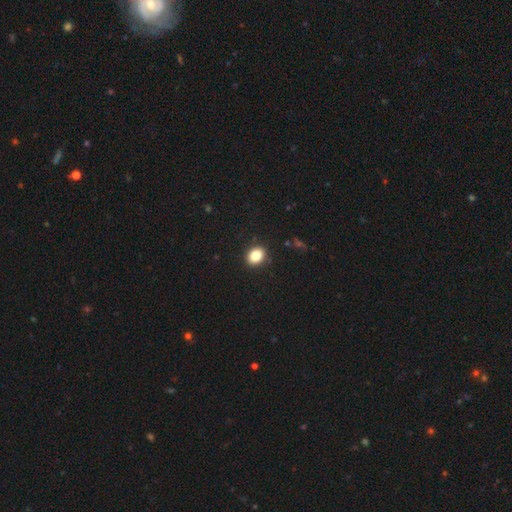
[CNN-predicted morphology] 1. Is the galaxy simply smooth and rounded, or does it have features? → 84% smooth, 10% star or artifact, 6% featured or disk.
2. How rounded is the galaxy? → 54% in between, 45% round, 1% cigar-shaped.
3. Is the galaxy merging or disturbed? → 89% none, 8% minor disturbance, 2% major disturbance, 1% merger.